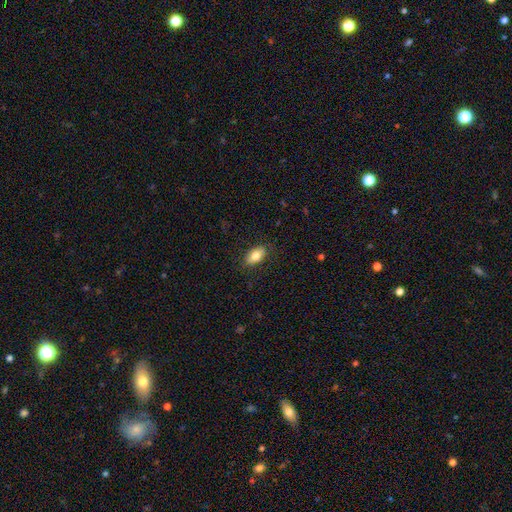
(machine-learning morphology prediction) A smooth galaxy with no disk features (79%) that is in between round and cigar-shaped (91%).

Vote fractions:
- Smooth or featured? smooth: 79% / featured or disk: 14% / star or artifact: 7%
- How rounded? in between: 91% / round: 5% / cigar-shaped: 4%
- Merging? none: 85% / minor disturbance: 11% / major disturbance: 3% / merger: 1%